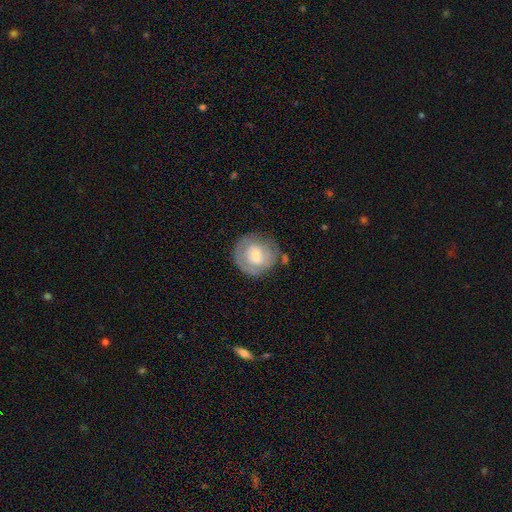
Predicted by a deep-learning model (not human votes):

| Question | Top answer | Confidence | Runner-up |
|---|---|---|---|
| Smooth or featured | featured or disk | 51% | smooth (43%) |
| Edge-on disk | no | 97% | yes (3%) |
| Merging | none | 68% | minor disturbance (19%) |